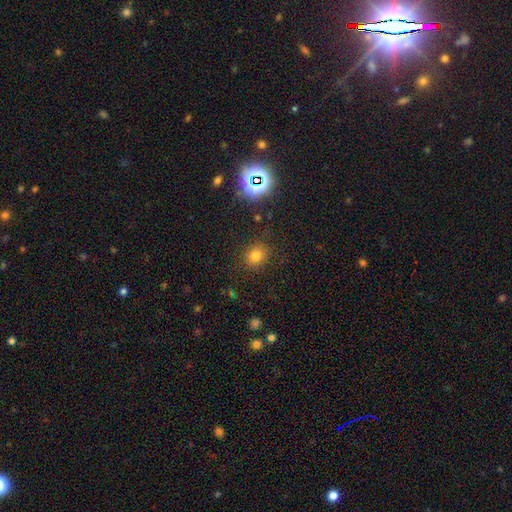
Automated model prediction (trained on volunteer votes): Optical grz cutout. It shows a smooth galaxy with no disk features (74%) that is round (69%). Merging: none (85%).